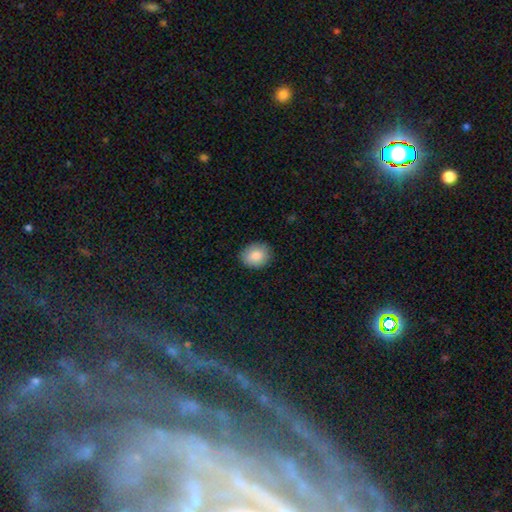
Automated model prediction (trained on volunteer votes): This appears to be a smooth galaxy with no disk features (86%) that is round (58%). Merging: none (87%).